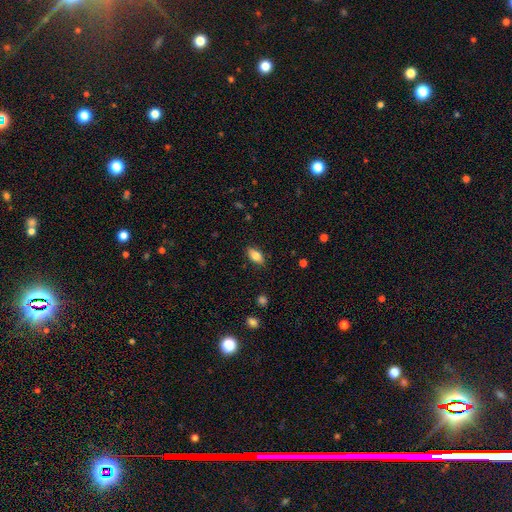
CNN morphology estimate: type=smooth (80%); roundness=in between (89%); merging=none (86%).